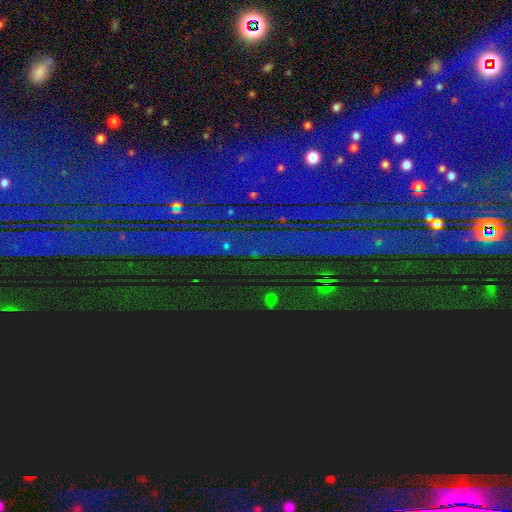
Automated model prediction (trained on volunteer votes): Smooth or featured? Predicted: star or artifact (p=0.88).